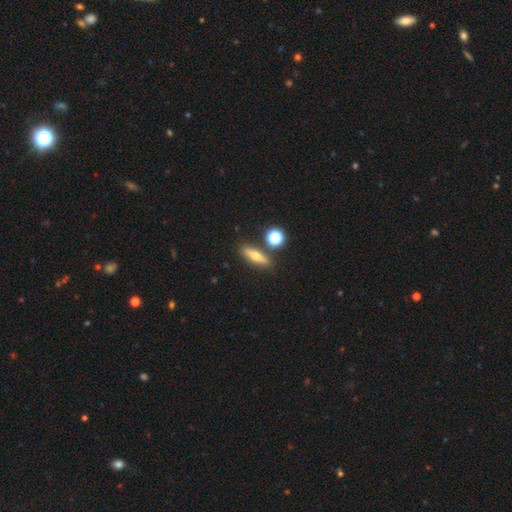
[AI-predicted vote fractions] This appears to be a smooth galaxy with no disk features (54%) that is cigar-shaped (57%). Merging: none (80%).